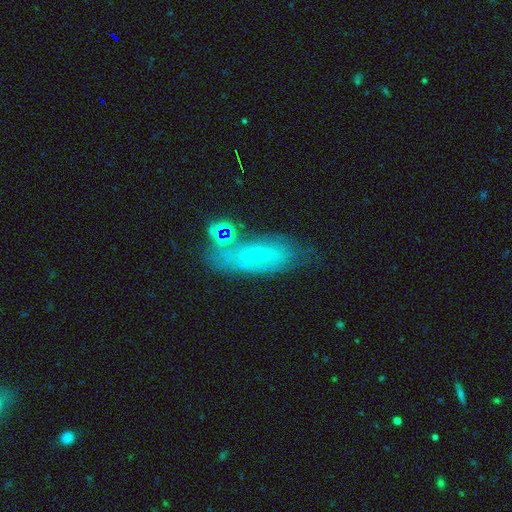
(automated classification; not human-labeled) Morphology: type=featured or disk (57%); edge-on=no (81%); merging=none (53%).